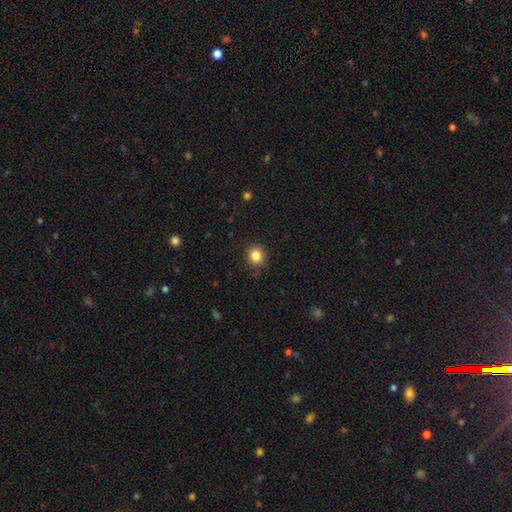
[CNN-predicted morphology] Overall: smooth (84%). How rounded: round (85%). Merging: none (87%).